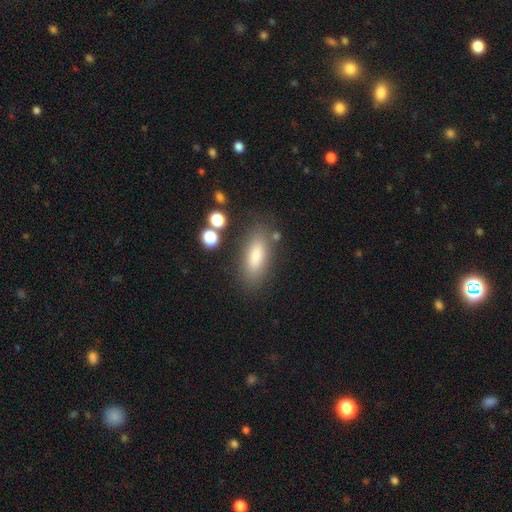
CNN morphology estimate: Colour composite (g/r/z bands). It shows a smooth galaxy with no disk features (81%) that is in between round and cigar-shaped (70%). Merging: none (80%).